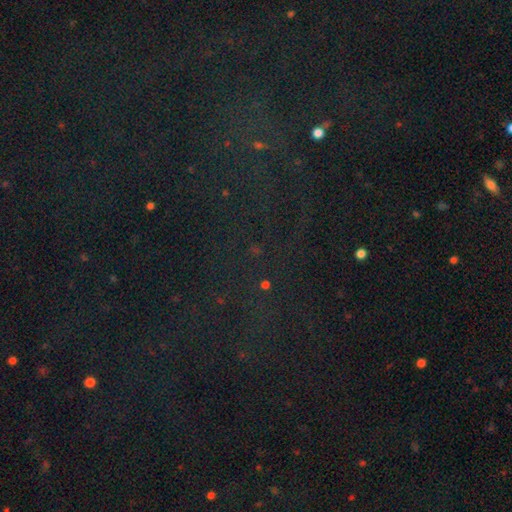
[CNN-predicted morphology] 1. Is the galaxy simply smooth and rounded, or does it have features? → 81% star or artifact, 12% smooth, 7% featured or disk.